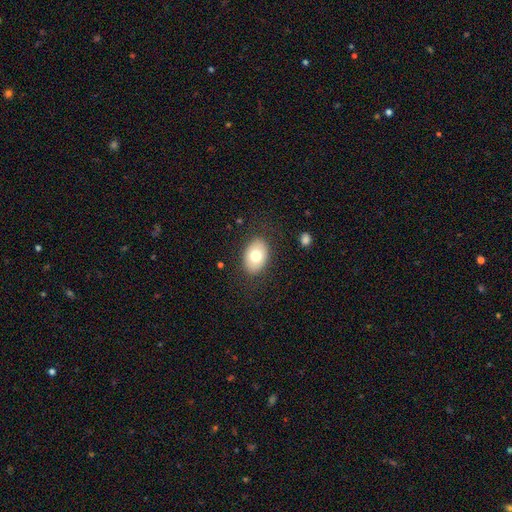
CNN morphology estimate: Smooth or featured? Predicted: smooth (p=0.75). How rounded? Predicted: in between (p=0.84). Merging? Predicted: none (p=0.85).